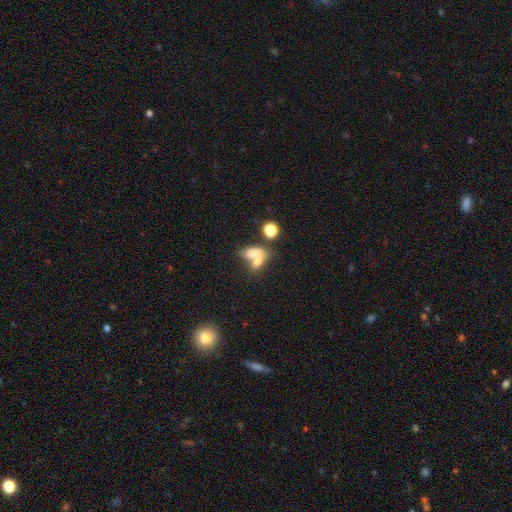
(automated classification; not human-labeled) A smooth galaxy with no disk features (68%) that is in between round and cigar-shaped (78%).

Vote fractions:
- Smooth or featured? smooth: 68% / featured or disk: 20% / star or artifact: 12%
- How rounded? in between: 78% / round: 18% / cigar-shaped: 4%
- Merging? merger: 63% / none: 21% / minor disturbance: 8% / major disturbance: 7%